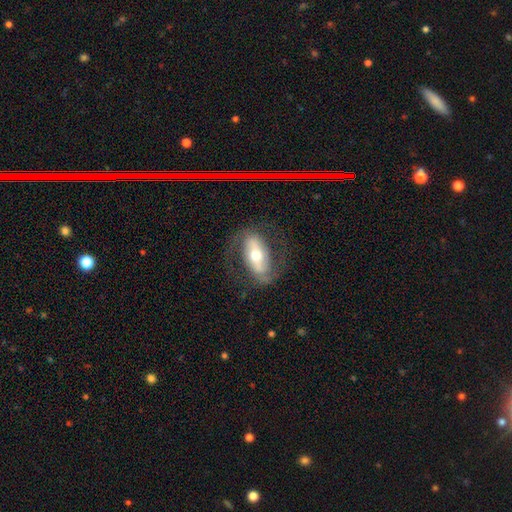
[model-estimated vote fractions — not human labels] A featured or disk galaxy (73%) with a strong bar (59%), spiral arms (74%) and a moderate central bulge (67%).

Vote fractions:
- Smooth or featured? featured or disk: 73% / smooth: 21% / star or artifact: 6%
- Edge-on disk? no: 87% / yes: 13%
- Bar? strong: 59% / weak: 23% / no: 18%
- Spiral arms? yes: 74% / no: 26%
- Bulge size? moderate: 67% / small: 21% / large: 9% / dominant: 2% / none: 1%
- Merging? none: 74% / minor disturbance: 14% / major disturbance: 11% / merger: 1%